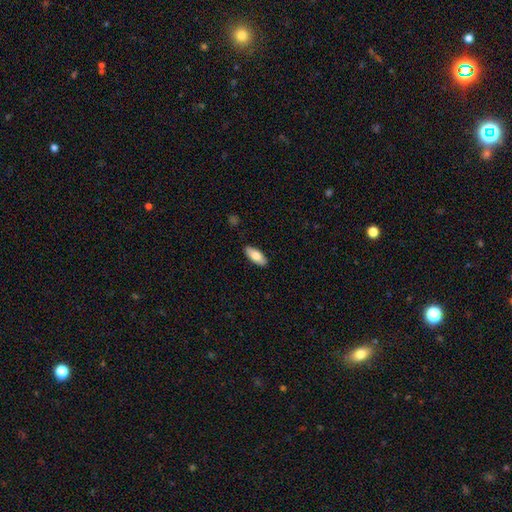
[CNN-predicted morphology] Overall: smooth (77%). How rounded: in between (84%). Merging: none (88%).